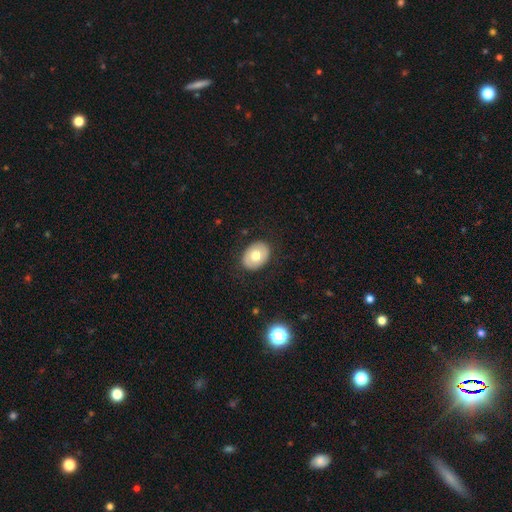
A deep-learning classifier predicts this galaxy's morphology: Smooth or featured? Predicted: smooth (p=0.69). How rounded? Predicted: in between (p=0.72). Merging? Predicted: none (p=0.86).